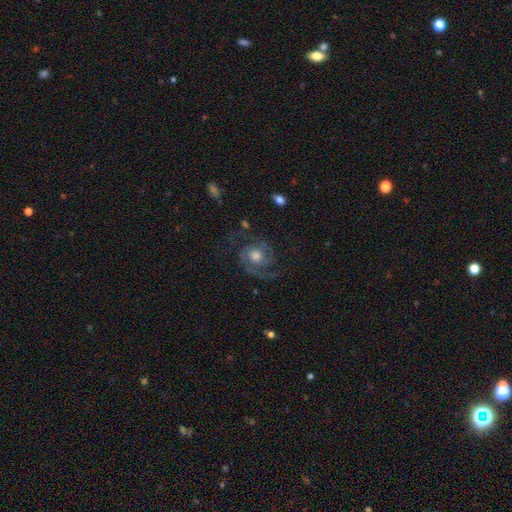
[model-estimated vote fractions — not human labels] Morphology: type=featured or disk (87%); edge-on=no (98%); bar=no (72%); spiral arms=yes (97%); winding=medium (50%); arm count=2 (88%); bulge=moderate (67%); merging=none (72%).